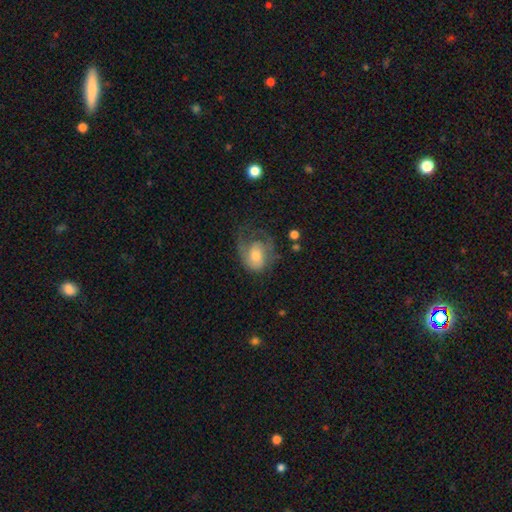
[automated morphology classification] The model was most divided on "merging": major disturbance: 39%, none: 34%, minor disturbance: 25%, merger: 2%. More confident: edge-on disk — no (96%); spiral arms — yes (74%); bar — no (66%); bulge size — moderate (61%); smooth or featured — featured or disk (54%).